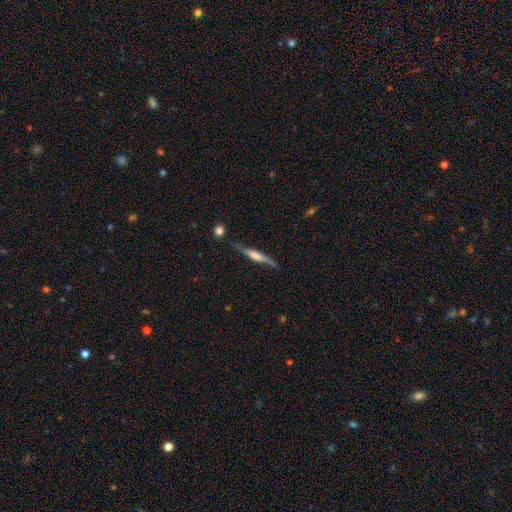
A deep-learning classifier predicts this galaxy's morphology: Smooth or featured?
  - featured or disk: 61% *
  - smooth: 34%
  - star or artifact: 6%
Edge-on disk?
  - yes: 91% *
  - no: 9%
Edge-on bulge?
  - rounded: 47% *
  - boxy: 36%
  - none: 17%
Merging?
  - none: 74% *
  - minor disturbance: 18%
  - major disturbance: 5%
  - merger: 3%